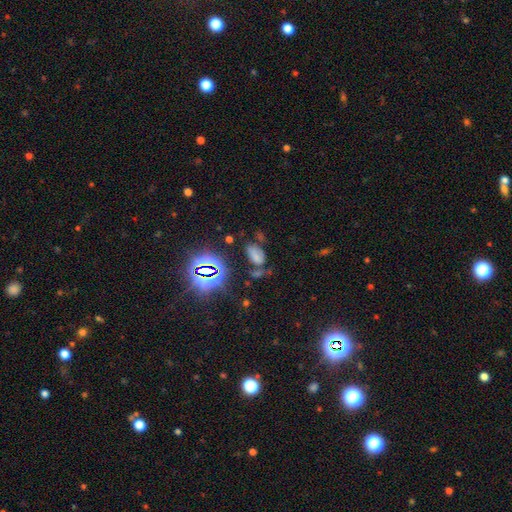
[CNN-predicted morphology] Overall: smooth (55%; star or artifact 31%). How rounded: in between (92%). Merging: none (57%; minor disturbance 20%).